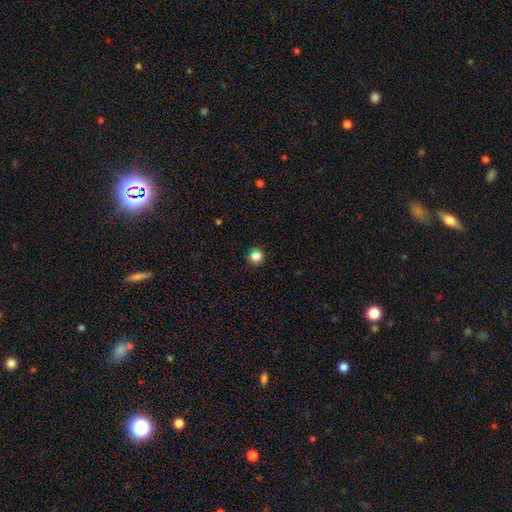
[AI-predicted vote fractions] Morphology: type=smooth (72%); roundness=round (92%); merging=none (87%).